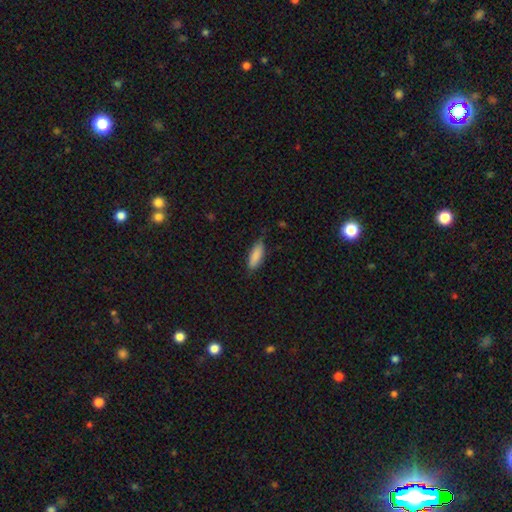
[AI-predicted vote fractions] A smooth galaxy with no disk features (87%) that is in between round and cigar-shaped (67%).

Vote fractions:
- Smooth or featured? smooth: 87% / featured or disk: 6% / star or artifact: 6%
- How rounded? in between: 67% / cigar-shaped: 31% / round: 2%
- Merging? none: 72% / minor disturbance: 23% / major disturbance: 4% / merger: 1%